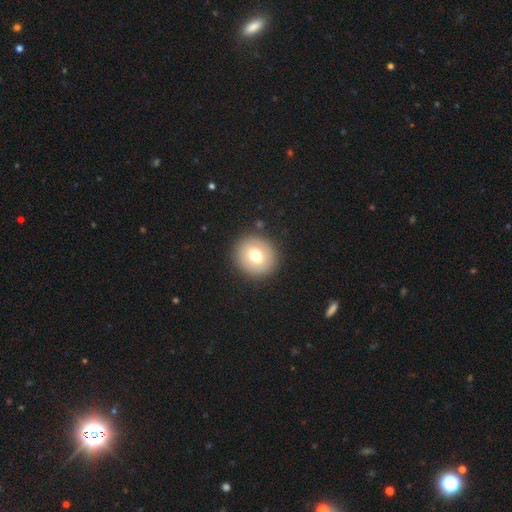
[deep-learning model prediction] smooth 70%, featured or disk 20%, star or artifact 10%. Down the decision tree: how rounded — round (86%); merging — none (89%).